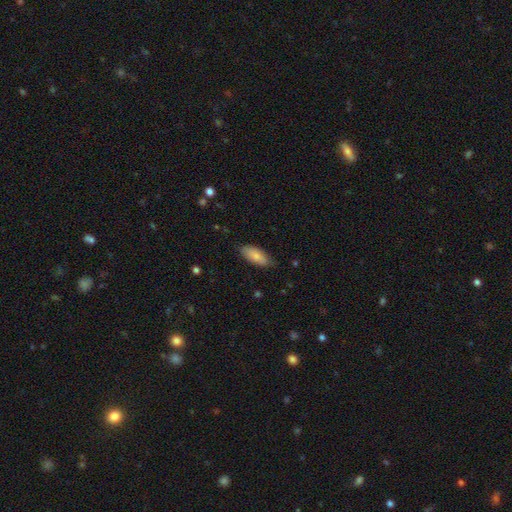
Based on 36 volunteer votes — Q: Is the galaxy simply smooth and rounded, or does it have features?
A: smooth — 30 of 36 (83%).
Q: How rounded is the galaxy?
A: in between — 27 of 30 (90%).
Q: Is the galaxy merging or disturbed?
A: none — 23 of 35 (66%).